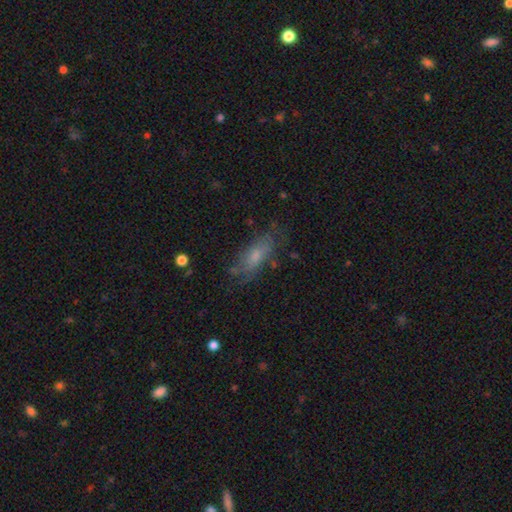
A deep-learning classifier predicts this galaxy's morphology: This appears to be a smooth galaxy with no disk features (57%) that is in between round and cigar-shaped (67%). Merging: none (64%).